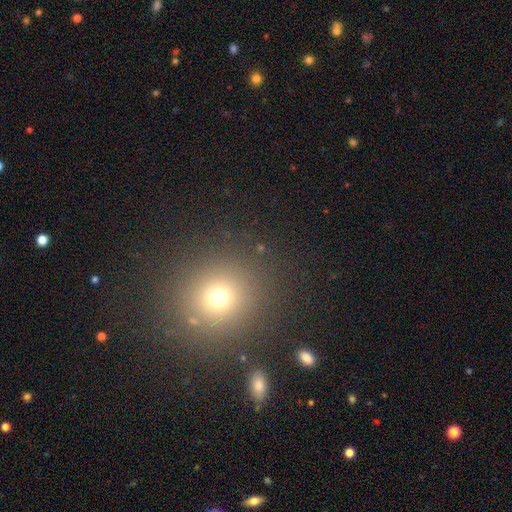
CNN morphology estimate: smooth 59%, star or artifact 33%, featured or disk 8%. Down the decision tree: how rounded — round (89%); merging — none (88%).